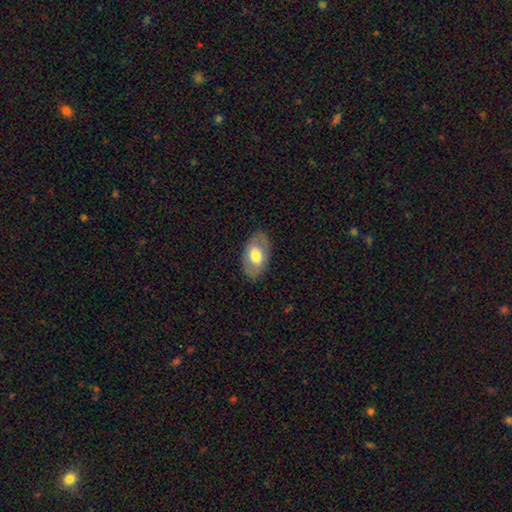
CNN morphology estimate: smooth-or-featured: smooth: 60% | featured or disk: 34% | star or artifact: 6%
  how-rounded: in between: 91% | round: 8% | cigar-shaped: 1%
  merging: none: 82% | minor disturbance: 13% | major disturbance: 4% | merger: 1%